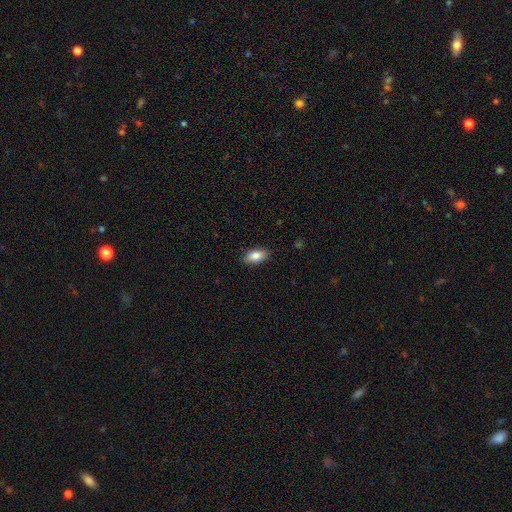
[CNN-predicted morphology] smooth 85%, featured or disk 8%, star or artifact 7%. Down the decision tree: how rounded — in between (91%); merging — none (88%).